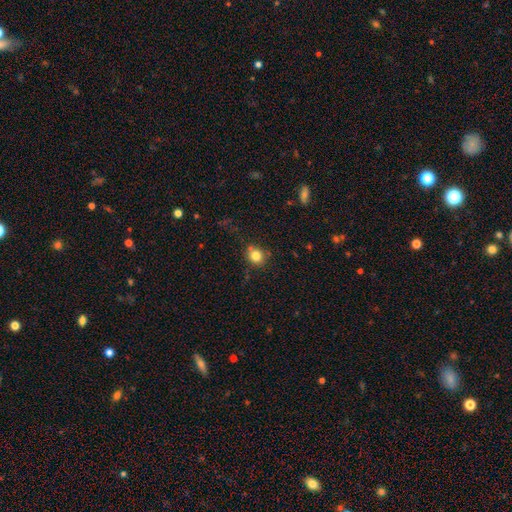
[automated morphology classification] Smooth or featured? Predicted: smooth (p=0.81). How rounded? Predicted: round (p=0.79). Merging? Predicted: none (p=0.74).